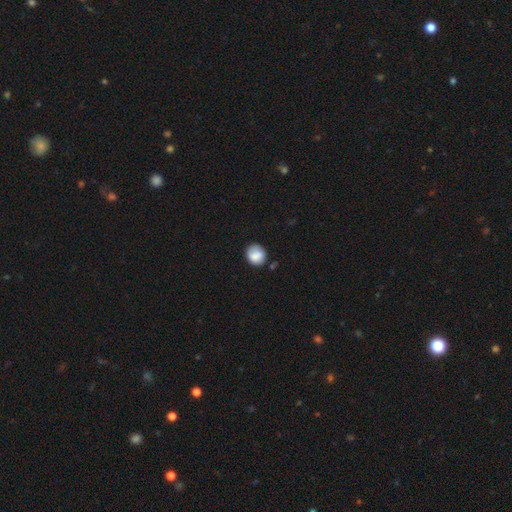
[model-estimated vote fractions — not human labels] Q: Smooth or featured?
A: smooth (81%); runner-up: featured or disk (11%)
Q: How rounded?
A: round (74%); runner-up: in between (25%)
Q: Merging?
A: none (70%); runner-up: minor disturbance (21%)